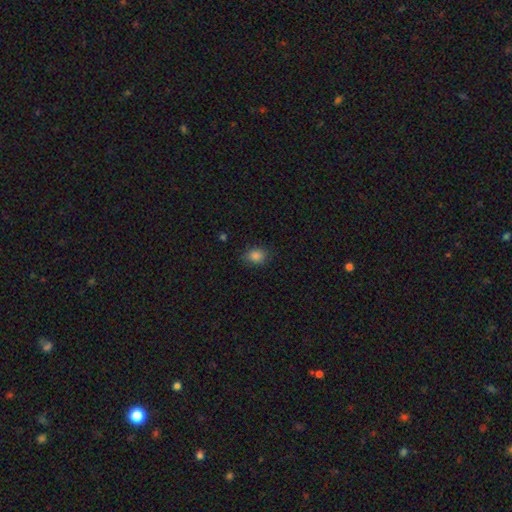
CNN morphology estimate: This is clearly a smooth galaxy (84%). How rounded: possibly in between (59%). Merging: clearly none (80%).